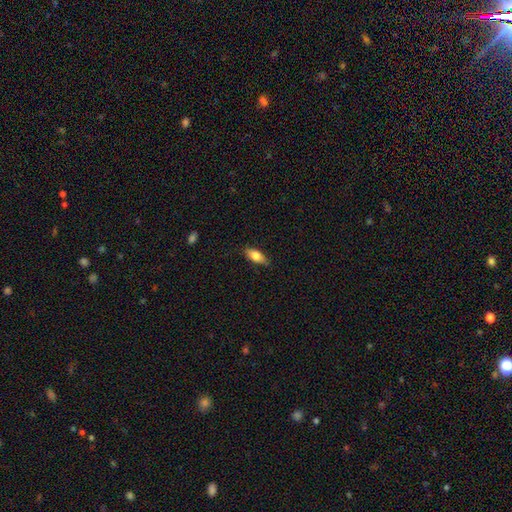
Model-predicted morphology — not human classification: Smooth or featured: smooth — 70% (featured or disk — 24%)
How rounded: in between — 76% (cigar-shaped — 21%)
Merging: none — 81% (minor disturbance — 15%)